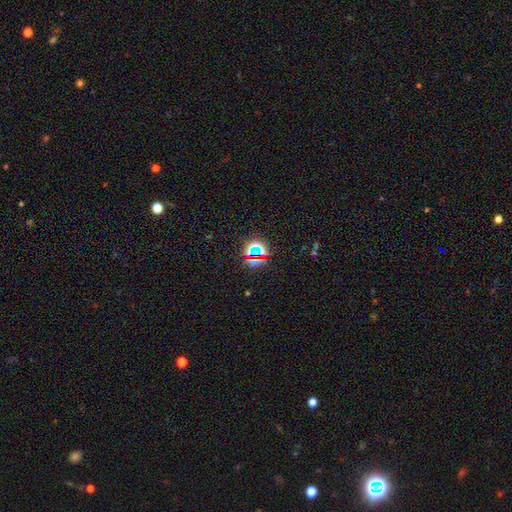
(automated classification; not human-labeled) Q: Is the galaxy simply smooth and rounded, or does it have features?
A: star or artifact — 70%.